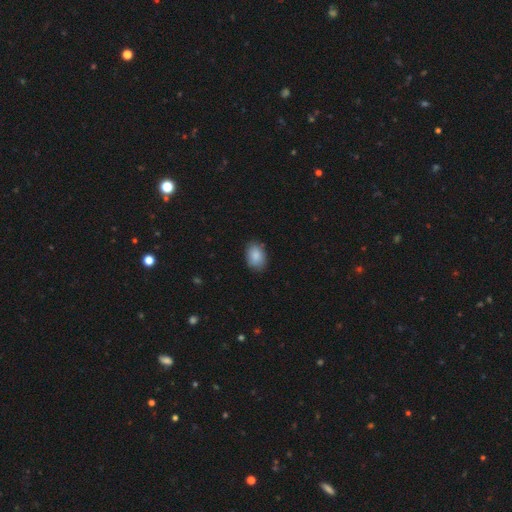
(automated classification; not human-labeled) smooth 88%, star or artifact 7%, featured or disk 5%. Down the decision tree: how rounded — in between (81%); merging — none (83%).